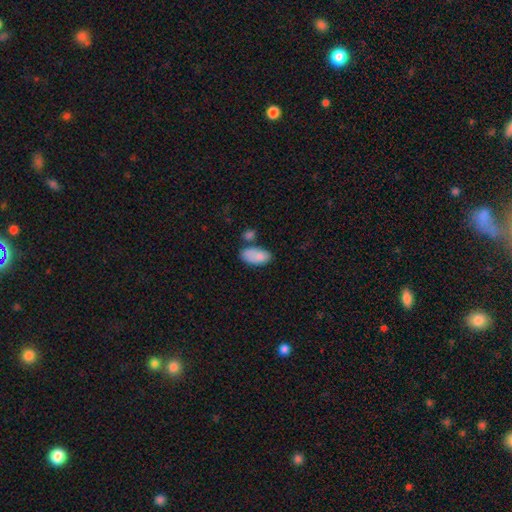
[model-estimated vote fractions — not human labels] This appears to be a smooth galaxy with no disk features (84%) that is in between round and cigar-shaped (94%). Merging: none (55%).